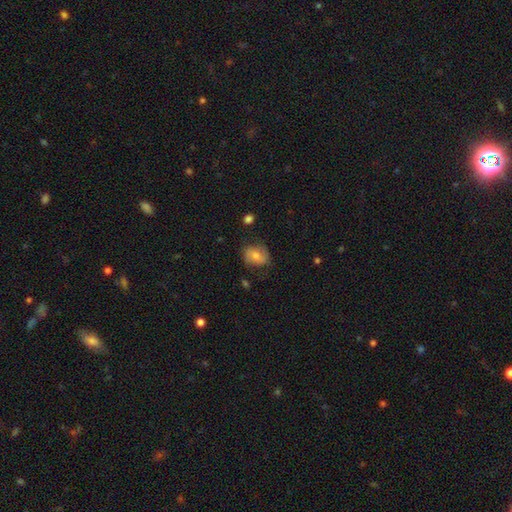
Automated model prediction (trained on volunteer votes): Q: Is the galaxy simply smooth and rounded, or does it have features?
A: smooth — 62%.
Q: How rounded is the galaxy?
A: in between — 50%.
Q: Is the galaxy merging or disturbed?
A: none — 68%.